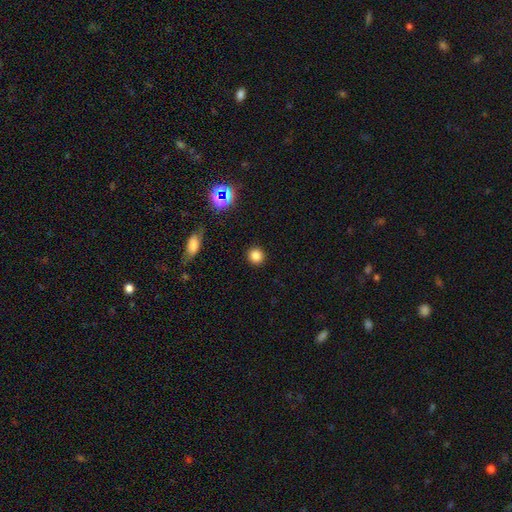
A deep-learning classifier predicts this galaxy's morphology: Smooth or featured? smooth (82%)
How rounded? round (91%)
Merging? none (91%)